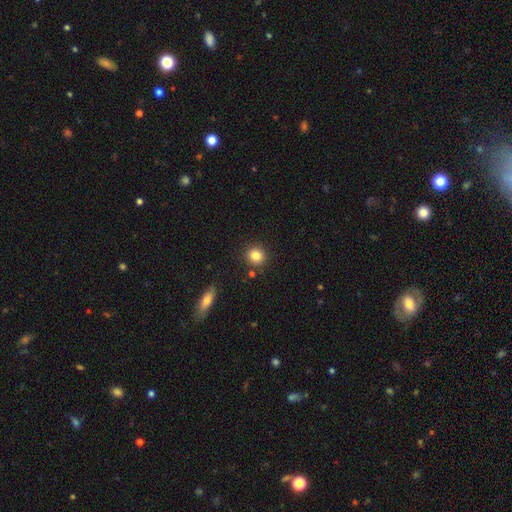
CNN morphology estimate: This is clearly a smooth galaxy (84%). How rounded: clearly round (84%). Merging: clearly none (87%).